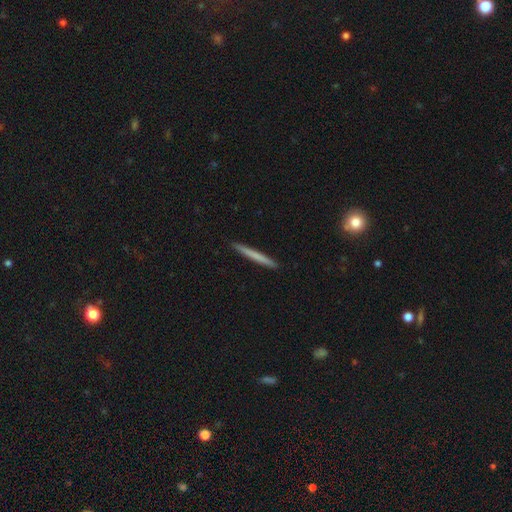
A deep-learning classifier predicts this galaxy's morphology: Smooth or featured? Predicted: smooth (p=0.64). How rounded? Predicted: cigar-shaped (p=0.97). Merging? Predicted: none (p=0.93).